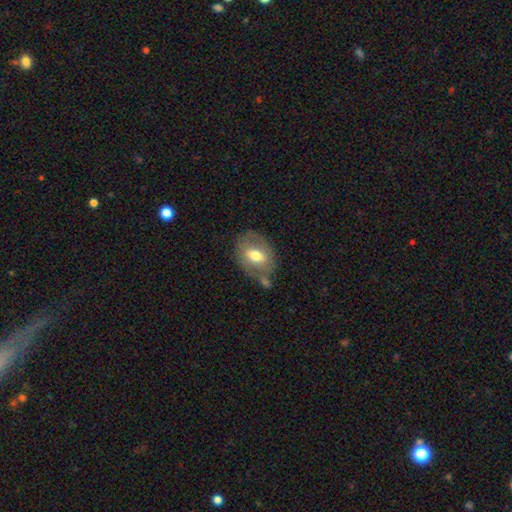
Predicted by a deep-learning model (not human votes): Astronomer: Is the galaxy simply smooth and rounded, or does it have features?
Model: smooth — 57% (runner-up: featured or disk, 36%).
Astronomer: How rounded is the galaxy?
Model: in between — 70%.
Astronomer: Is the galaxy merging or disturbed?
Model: none — 56%.